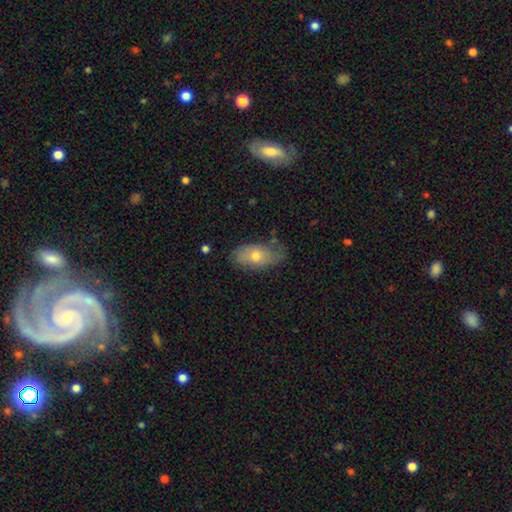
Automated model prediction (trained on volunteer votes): This is likely a smooth galaxy (62%). How rounded: clearly in between (90%). Merging: likely none (62%).